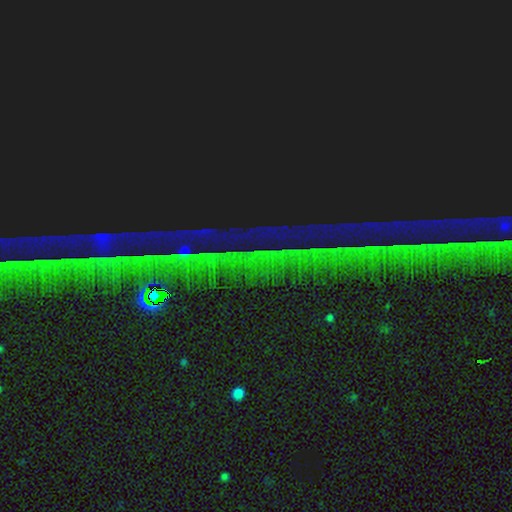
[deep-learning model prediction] The model was most divided on "smooth or featured": star or artifact: 86%, featured or disk: 7%, smooth: 6%.